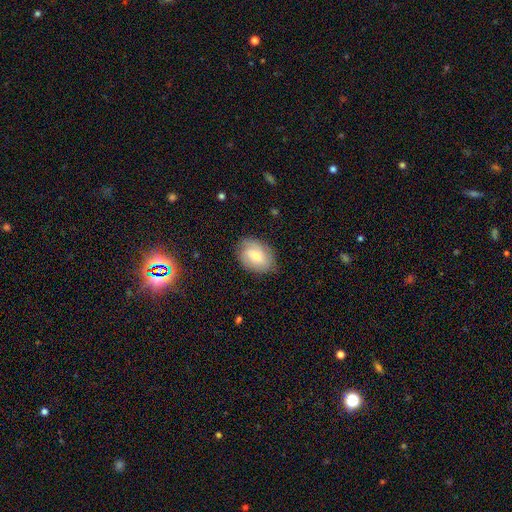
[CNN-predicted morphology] Smooth or featured?
  - smooth: 50% *
  - featured or disk: 43%
  - star or artifact: 7%
Merging?
  - none: 79% *
  - minor disturbance: 16%
  - major disturbance: 4%
  - merger: 1%